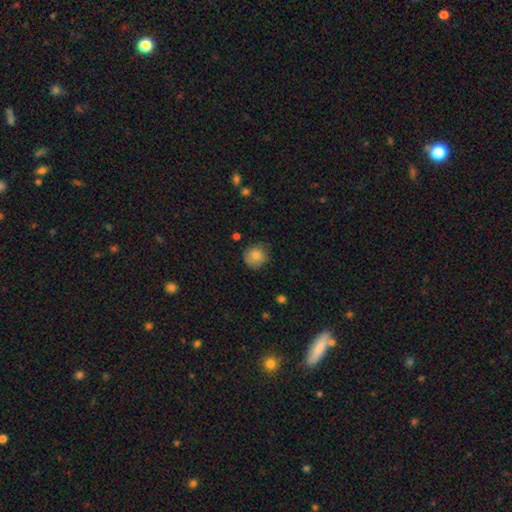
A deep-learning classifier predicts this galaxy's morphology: Overall: smooth (81%). How rounded: round (88%). Merging: none (69%).